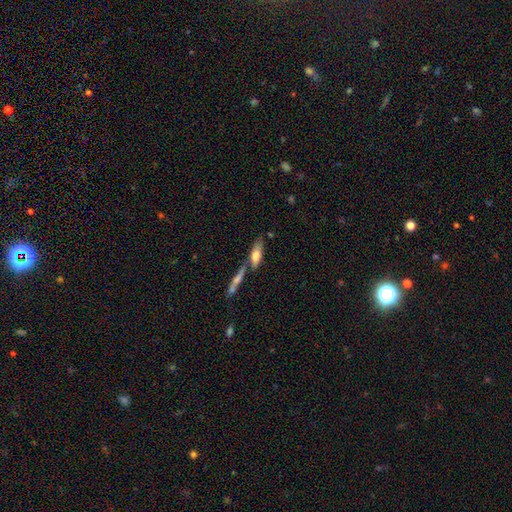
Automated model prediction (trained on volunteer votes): The model was most divided on "how rounded": in between: 51%, cigar-shaped: 46%, round: 3%. More confident: smooth or featured — smooth (62%); merging — none (50%).